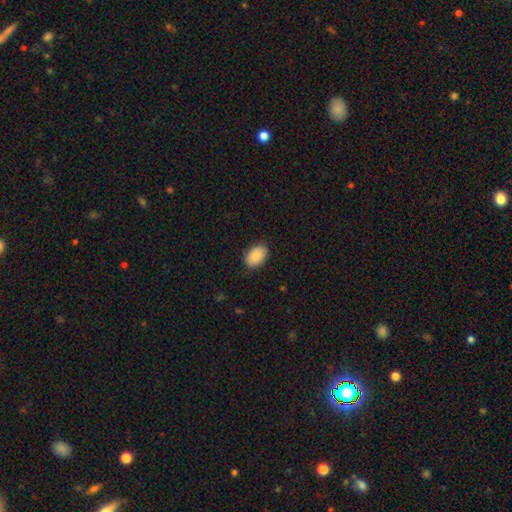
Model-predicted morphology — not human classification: Smooth or featured: smooth — 87% (star or artifact — 7%)
How rounded: in between — 87% (round — 12%)
Merging: none — 83% (minor disturbance — 13%)